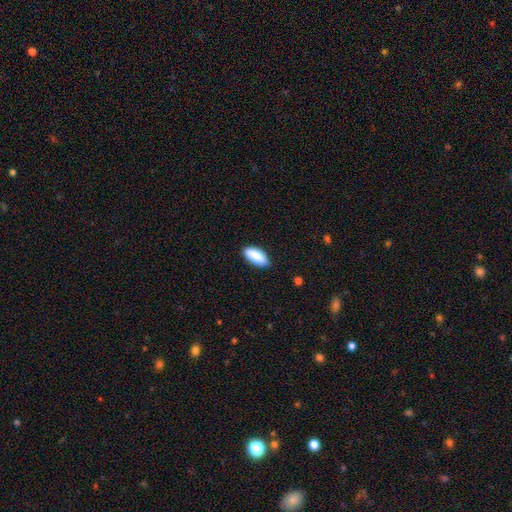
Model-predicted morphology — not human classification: This appears to be a smooth galaxy with no disk features (89%) that is in between round and cigar-shaped (84%). Merging: none (82%).